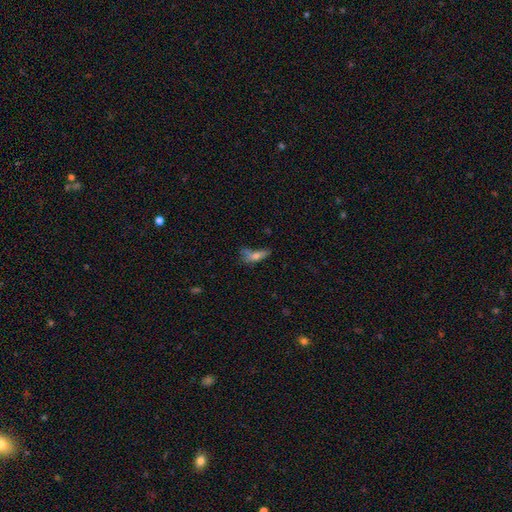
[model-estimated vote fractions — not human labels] This appears to be a smooth galaxy with no disk features (61%) that is in between round and cigar-shaped (51%). Merging: none (33%).